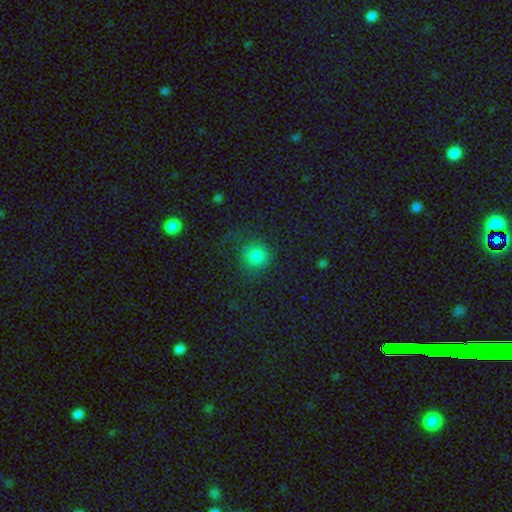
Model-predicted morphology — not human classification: This is likely a smooth galaxy (76%). How rounded: clearly round (87%). Merging: likely none (72%).